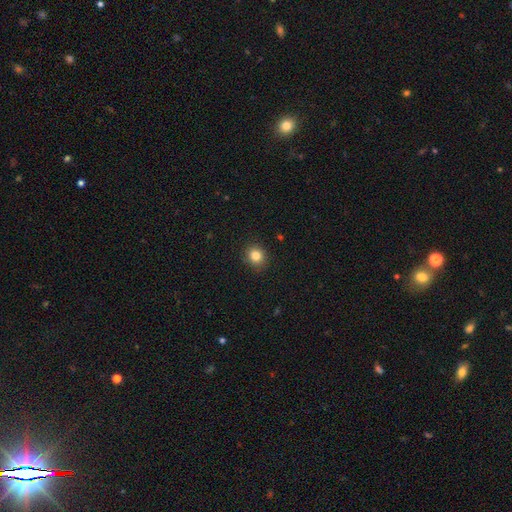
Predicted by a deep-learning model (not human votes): Smooth or featured?
  - smooth: 83% *
  - star or artifact: 11%
  - featured or disk: 6%
How rounded?
  - round: 81% *
  - in between: 18%
  - cigar-shaped: 1%
Merging?
  - none: 90% *
  - minor disturbance: 7%
  - major disturbance: 2%
  - merger: 1%